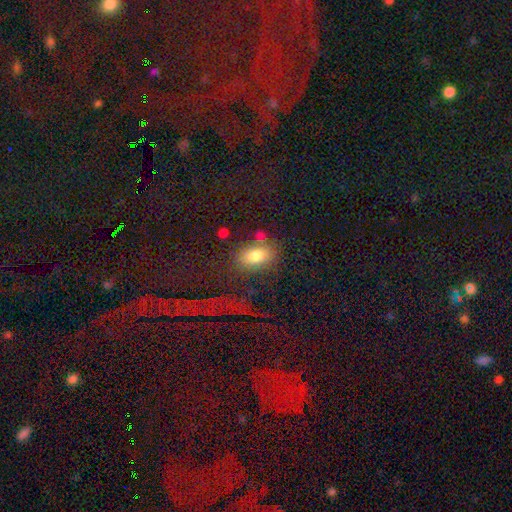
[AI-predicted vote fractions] Q: Smooth or featured?
A: smooth (78%); runner-up: featured or disk (11%)
Q: How rounded?
A: in between (84%); runner-up: round (13%)
Q: Merging?
A: none (66%); runner-up: minor disturbance (16%)